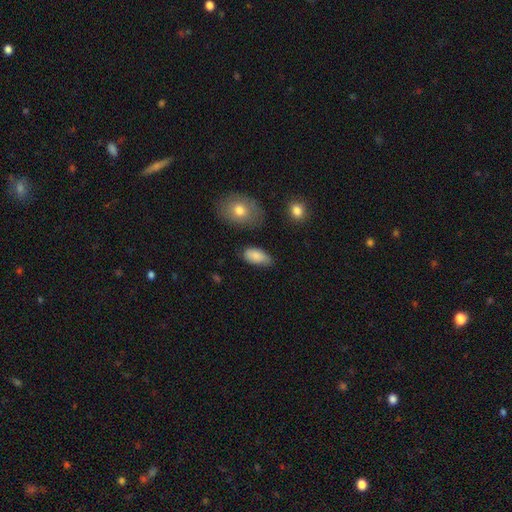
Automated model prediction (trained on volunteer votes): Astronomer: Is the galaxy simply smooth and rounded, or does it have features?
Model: smooth — 84%.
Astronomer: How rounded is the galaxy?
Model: in between — 93%.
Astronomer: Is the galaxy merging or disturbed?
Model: none — 66%.